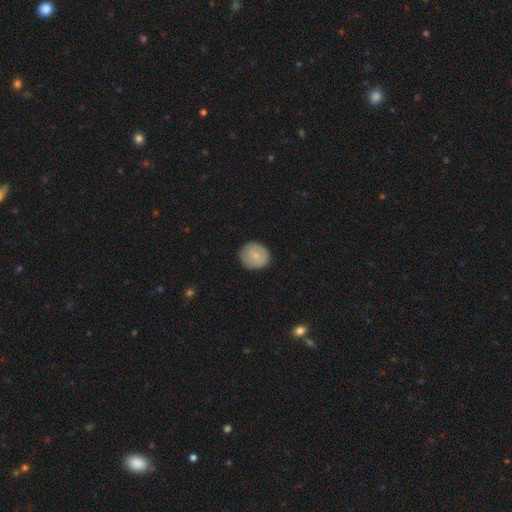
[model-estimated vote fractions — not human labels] A smooth galaxy with no disk features (68%) that is round (85%). Merging: none (83%).